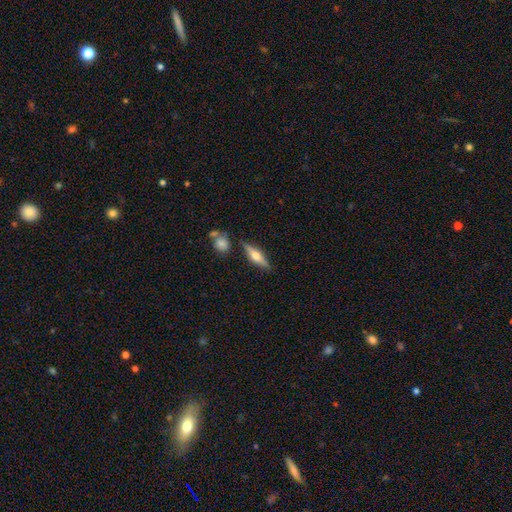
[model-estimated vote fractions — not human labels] Morphology: type=featured or disk (56%); edge-on=yes (94%); edge-on bulge=rounded (89%); merging=none (81%).